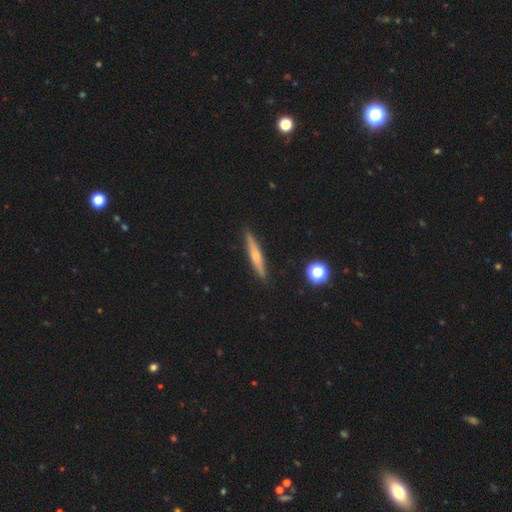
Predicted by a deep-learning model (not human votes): Smooth or featured? featured or disk (49%)
Merging? none (90%)